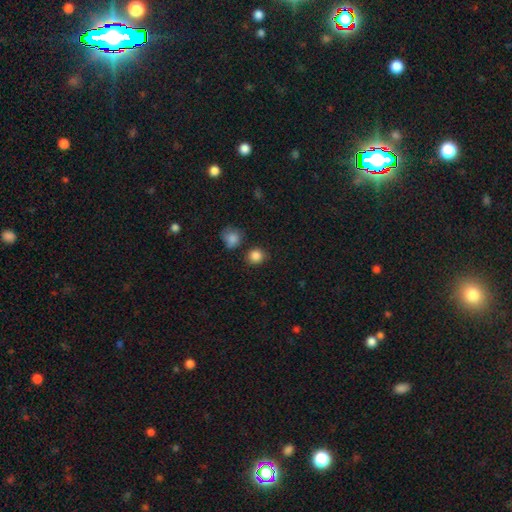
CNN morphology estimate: smooth 86%, star or artifact 11%, featured or disk 4%. Down the decision tree: how rounded — round (84%); merging — none (81%).